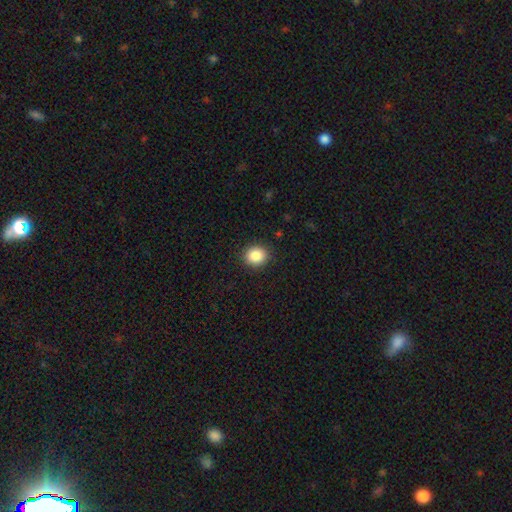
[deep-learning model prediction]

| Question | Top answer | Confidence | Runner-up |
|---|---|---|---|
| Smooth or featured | smooth | 87% | star or artifact (9%) |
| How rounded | round | 76% | in between (23%) |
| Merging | none | 90% | minor disturbance (7%) |